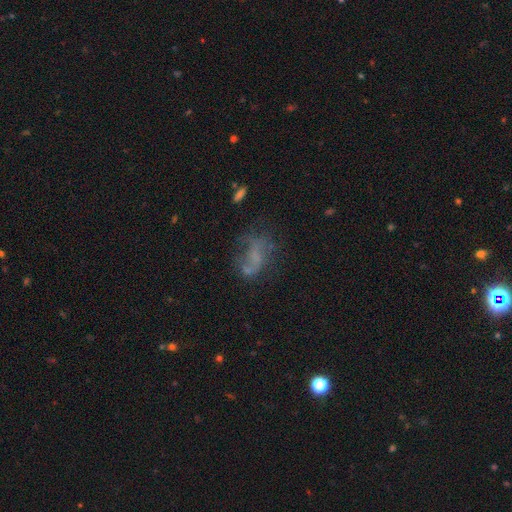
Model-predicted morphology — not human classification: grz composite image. It shows a featured or disk galaxy (46%). Merging: none (36%).